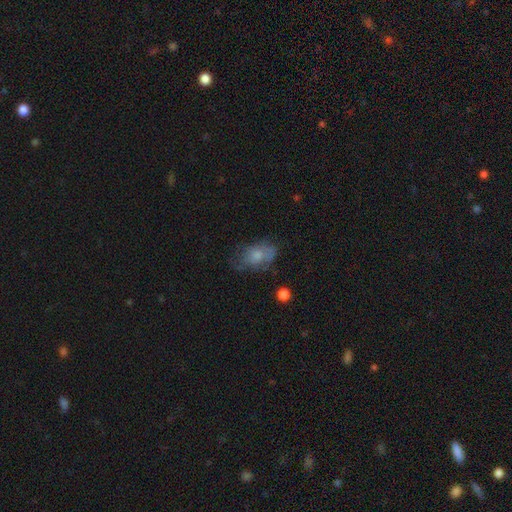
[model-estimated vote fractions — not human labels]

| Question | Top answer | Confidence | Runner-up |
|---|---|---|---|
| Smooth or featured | smooth | 55% | featured or disk (33%) |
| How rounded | in between | 84% | round (14%) |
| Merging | none | 57% | minor disturbance (27%) |